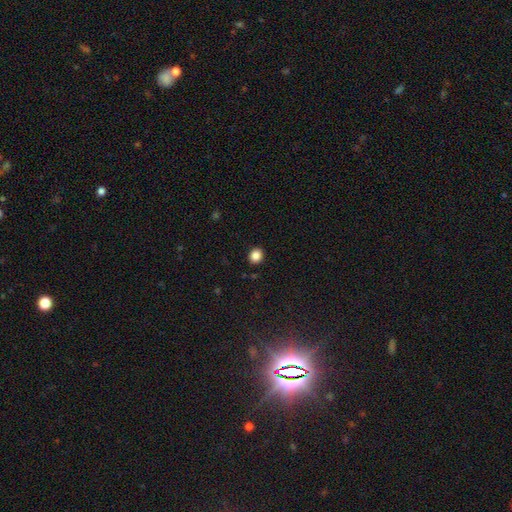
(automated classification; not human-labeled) The model was most divided on "how rounded": round: 78%, in between: 21%, cigar-shaped: 1%. More confident: merging — none (91%); smooth or featured — smooth (86%).